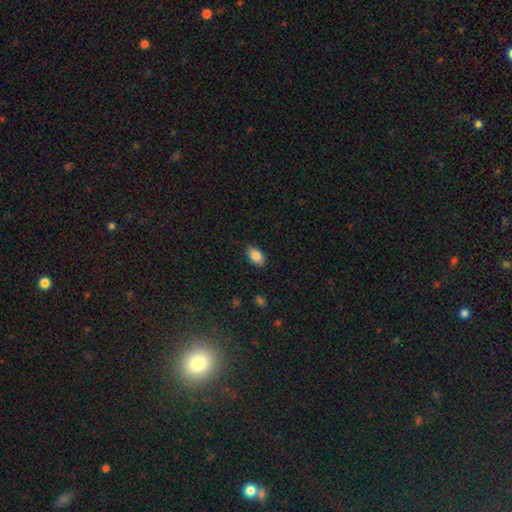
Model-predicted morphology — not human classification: Smooth or featured? Predicted: smooth (p=0.86). How rounded? Predicted: in between (p=0.92). Merging? Predicted: none (p=0.86).